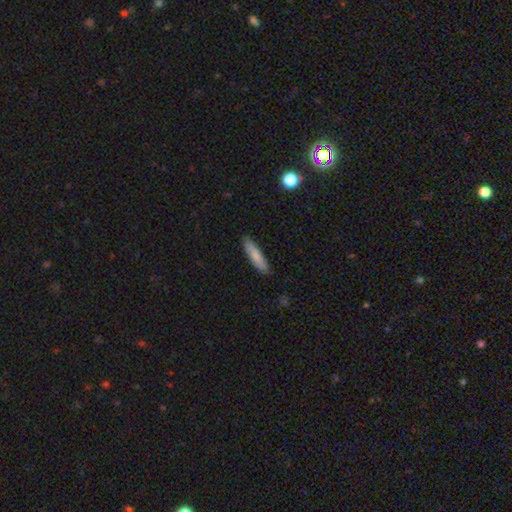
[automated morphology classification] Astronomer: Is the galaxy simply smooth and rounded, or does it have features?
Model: smooth — 84%.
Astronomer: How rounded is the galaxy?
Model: cigar-shaped — 79%.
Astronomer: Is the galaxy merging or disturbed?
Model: none — 88%.